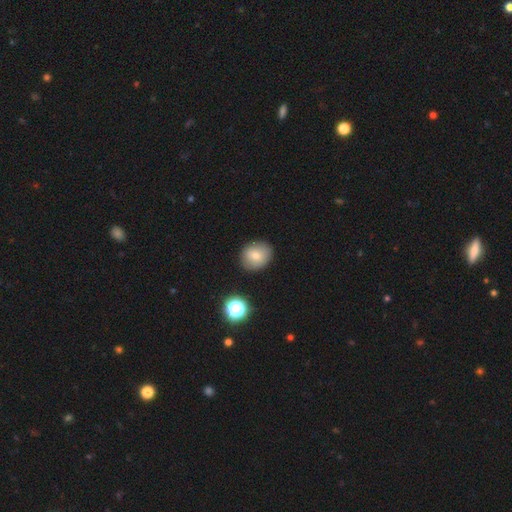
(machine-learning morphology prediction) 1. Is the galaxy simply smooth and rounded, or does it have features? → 75% smooth, 13% featured or disk, 12% star or artifact.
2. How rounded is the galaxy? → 68% round, 31% in between, 1% cigar-shaped.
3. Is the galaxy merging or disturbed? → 86% none, 10% minor disturbance, 3% major disturbance, 2% merger.